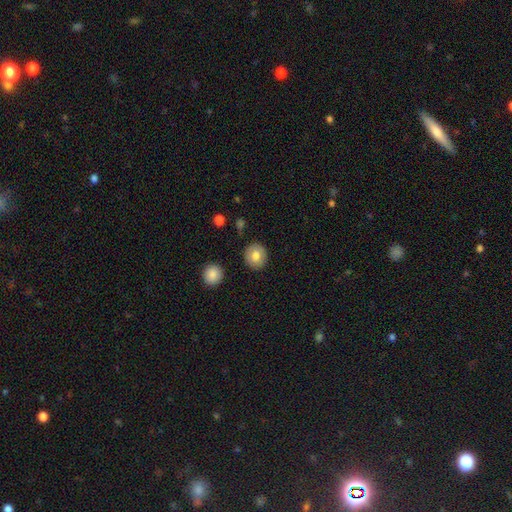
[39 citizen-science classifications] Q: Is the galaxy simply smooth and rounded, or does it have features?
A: smooth — 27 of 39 (69%).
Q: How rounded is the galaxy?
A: round — 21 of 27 (78%).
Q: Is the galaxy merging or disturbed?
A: none — 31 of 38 (82%).